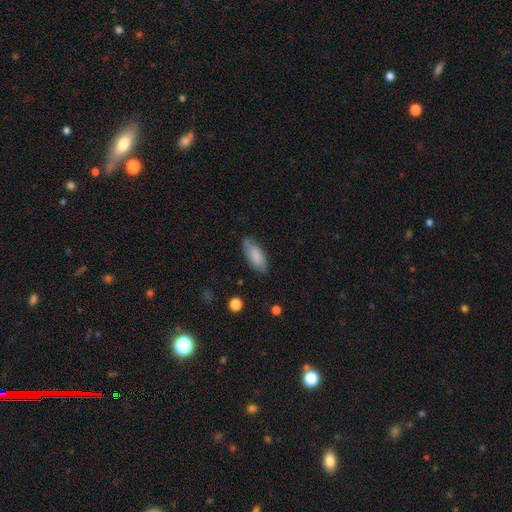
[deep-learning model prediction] smooth_or_featured: smooth (p=0.77) [alt: featured or disk p=0.17]
how_rounded: in between (p=0.83) [alt: cigar-shaped p=0.15]
merging: none (p=0.71) [alt: minor disturbance p=0.23]